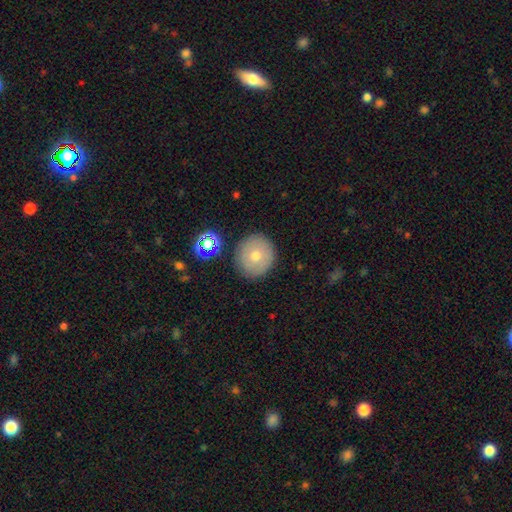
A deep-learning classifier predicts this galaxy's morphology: Smooth or featured: smooth — 65% (featured or disk — 23%)
How rounded: round — 88% (in between — 11%)
Merging: none — 87% (minor disturbance — 8%)